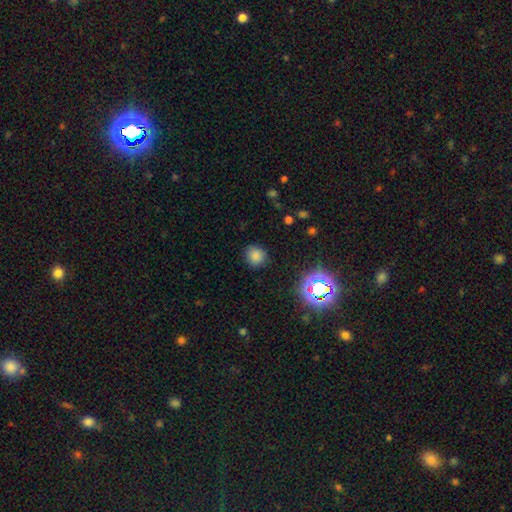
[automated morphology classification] A smooth galaxy with no disk features (78%) that is round (84%).

Vote fractions:
- Smooth or featured? smooth: 78% / star or artifact: 17% / featured or disk: 5%
- How rounded? round: 84% / in between: 15% / cigar-shaped: 1%
- Merging? none: 86% / minor disturbance: 10% / major disturbance: 3% / merger: 1%